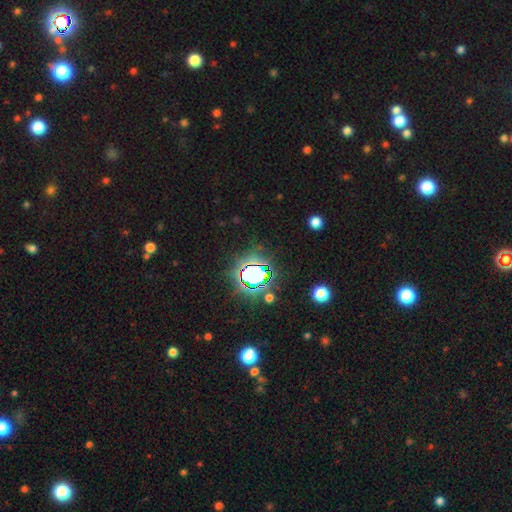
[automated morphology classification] star or artifact 81%, smooth 12%, featured or disk 7%.